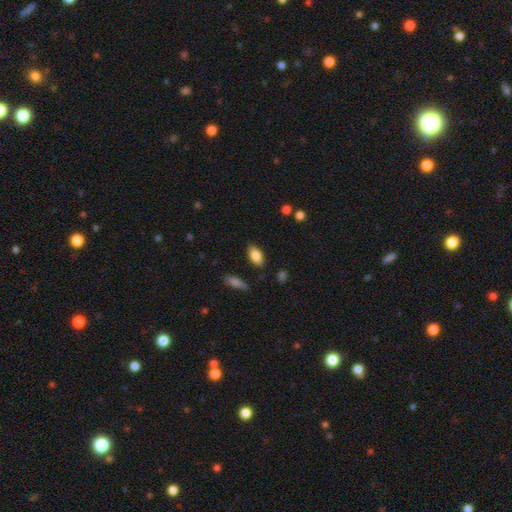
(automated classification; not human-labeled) Morphology: type=smooth (83%); roundness=in between (90%); merging=none (85%).